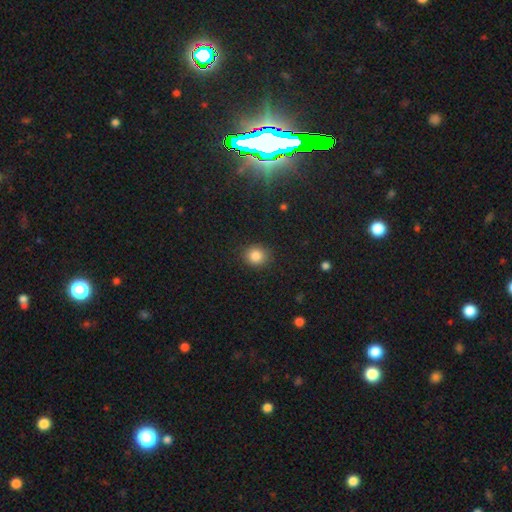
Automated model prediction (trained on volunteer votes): Morphology: type=smooth (85%); roundness=round (82%); merging=none (89%).